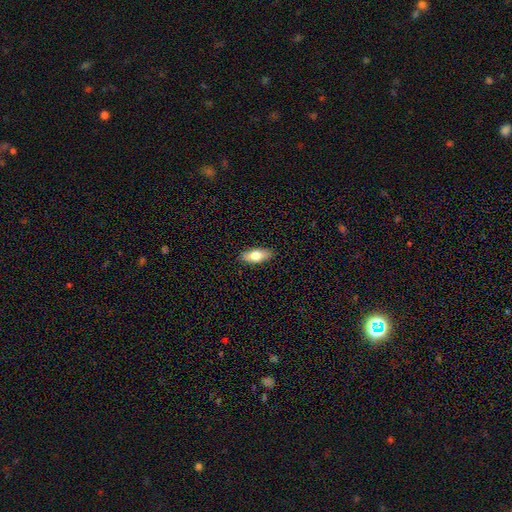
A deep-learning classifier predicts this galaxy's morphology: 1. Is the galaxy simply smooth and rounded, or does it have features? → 74% smooth, 20% featured or disk, 6% star or artifact.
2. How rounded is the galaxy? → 82% in between, 15% cigar-shaped, 3% round.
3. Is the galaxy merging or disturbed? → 89% none, 8% minor disturbance, 2% major disturbance, 1% merger.